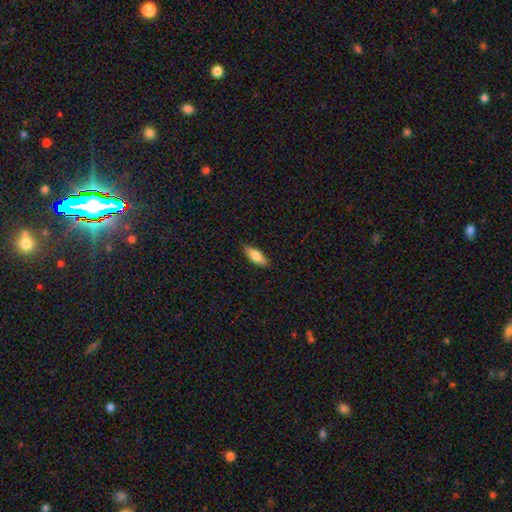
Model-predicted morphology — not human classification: type=smooth (75%); roundness=in between (61%); merging=none (87%).